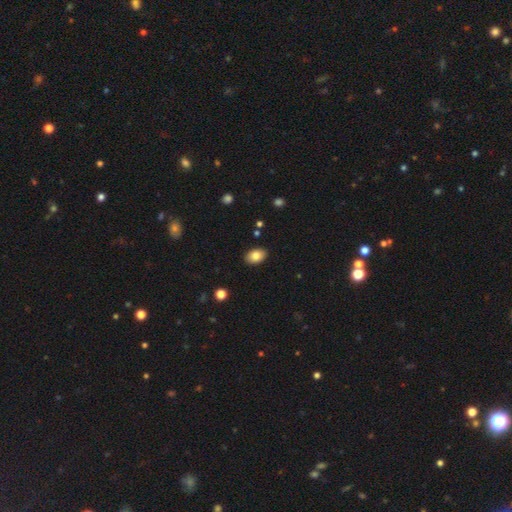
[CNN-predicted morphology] This appears to be a smooth galaxy with no disk features (83%) that is in between round and cigar-shaped (87%). Merging: none (88%).